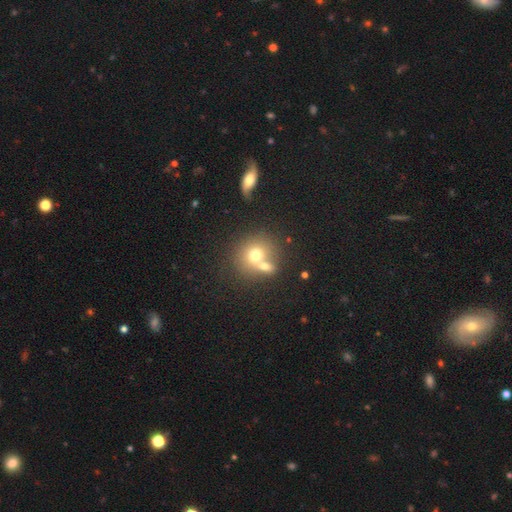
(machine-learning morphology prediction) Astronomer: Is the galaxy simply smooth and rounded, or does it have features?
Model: smooth — 68%.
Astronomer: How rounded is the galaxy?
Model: round — 77%.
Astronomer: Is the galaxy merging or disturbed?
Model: merger — 52% (runner-up: none, 36%).